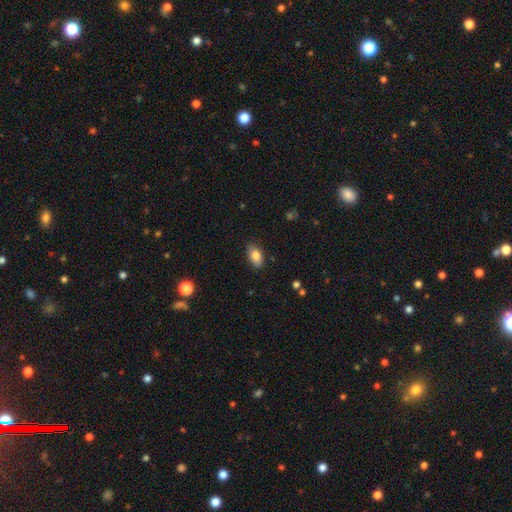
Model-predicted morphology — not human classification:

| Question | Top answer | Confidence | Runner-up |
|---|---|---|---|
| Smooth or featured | smooth | 84% | featured or disk (9%) |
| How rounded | in between | 91% | round (6%) |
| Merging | none | 84% | minor disturbance (13%) |